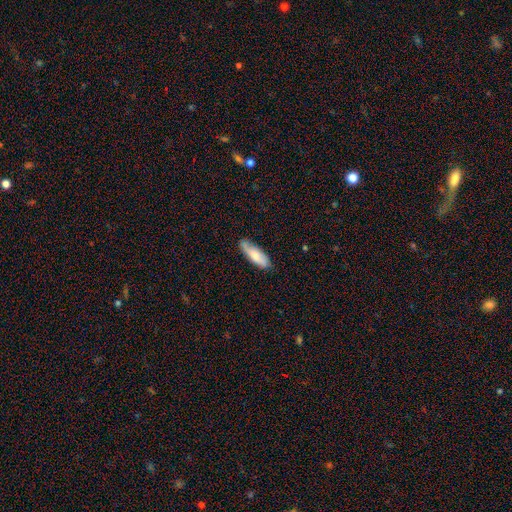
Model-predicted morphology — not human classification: Smooth or featured?
  - smooth: 67% *
  - featured or disk: 27%
  - star or artifact: 6%
How rounded?
  - in between: 61% *
  - cigar-shaped: 37%
  - round: 2%
Merging?
  - none: 67% *
  - minor disturbance: 25%
  - major disturbance: 5%
  - merger: 2%